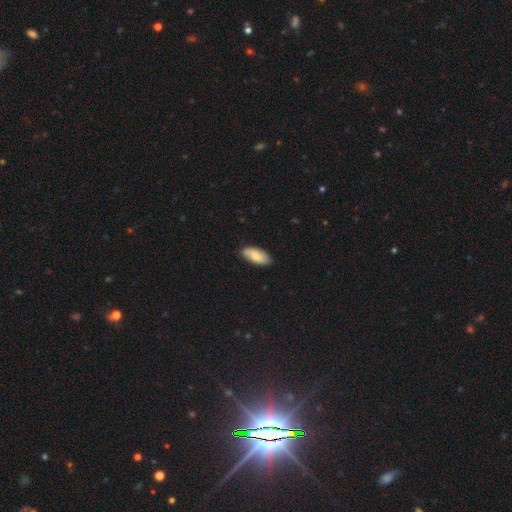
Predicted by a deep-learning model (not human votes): smooth-or-featured: smooth: 79% | featured or disk: 15% | star or artifact: 6%
  how-rounded: in between: 88% | cigar-shaped: 10% | round: 2%
  merging: none: 85% | minor disturbance: 13% | major disturbance: 2% | merger: 1%